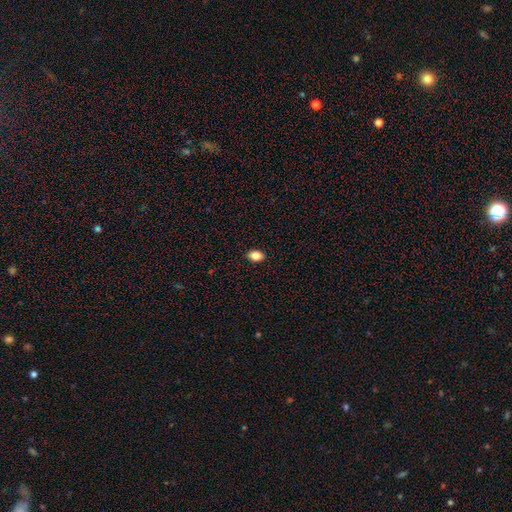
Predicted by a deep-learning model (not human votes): Overall: smooth (87%). How rounded: in between (87%). Merging: none (90%).